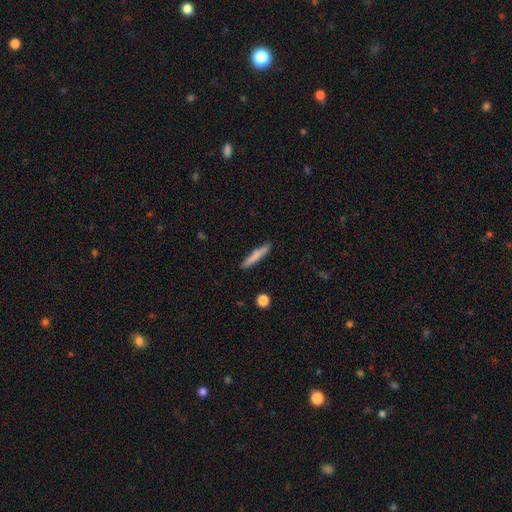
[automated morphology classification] A smooth galaxy with no disk features (77%) that is cigar-shaped (93%). Merging: none (86%).